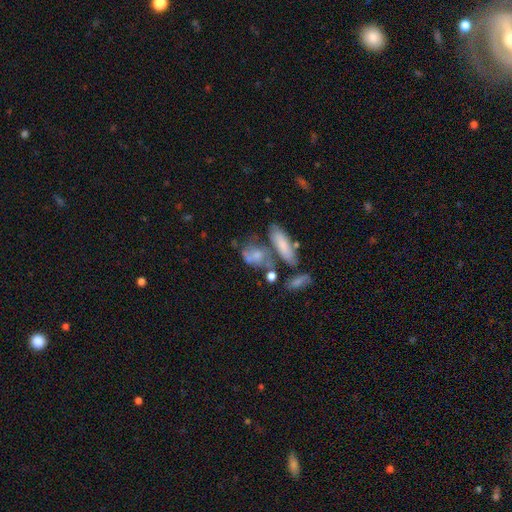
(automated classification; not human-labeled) This appears to be a smooth galaxy with no disk features (58%) that is in between round and cigar-shaped (68%). Merging: merger (32%, tied with none).